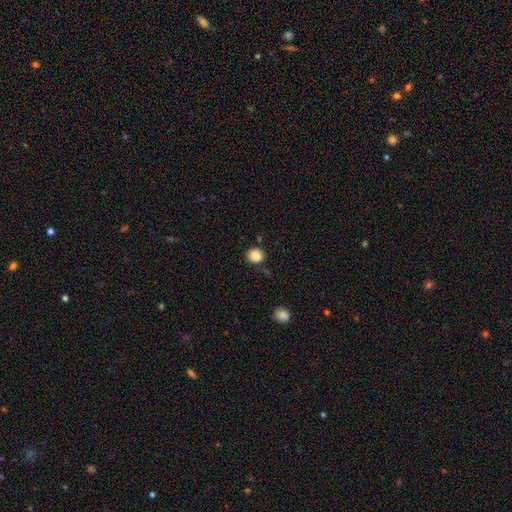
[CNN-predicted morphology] Overall: smooth (86%). How rounded: round (78%). Merging: none (81%).